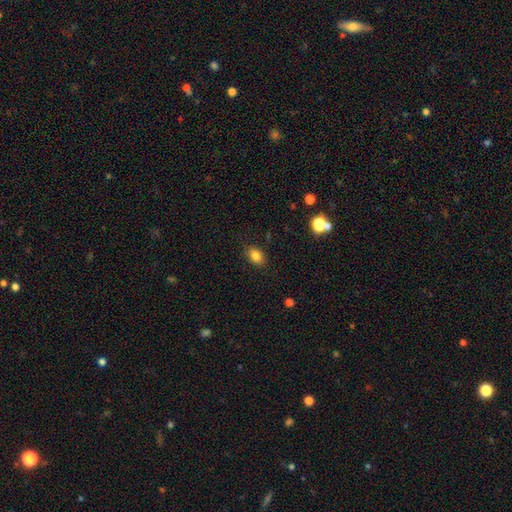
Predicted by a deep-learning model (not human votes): Smooth or featured? smooth (83%)
How rounded? in between (75%)
Merging? none (85%)